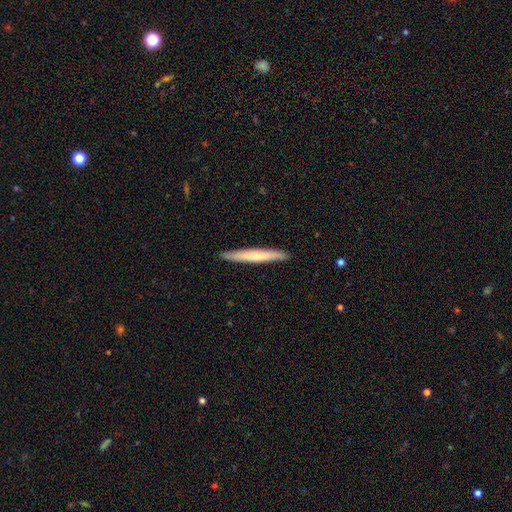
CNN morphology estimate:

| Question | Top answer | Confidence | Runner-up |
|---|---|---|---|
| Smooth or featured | smooth | 57% | featured or disk (38%) |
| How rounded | cigar-shaped | 96% | in between (3%) |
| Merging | none | 92% | minor disturbance (6%) |